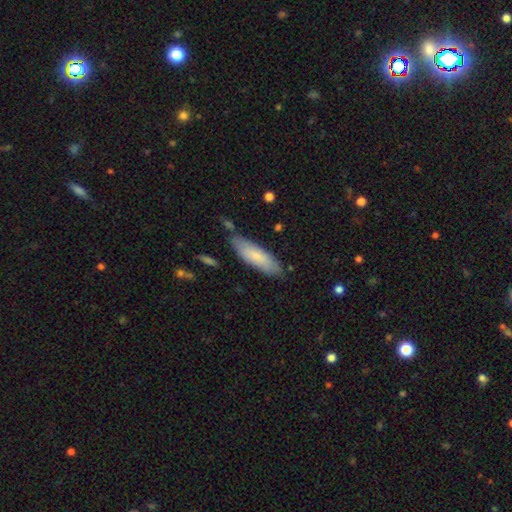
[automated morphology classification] Smooth or featured? Predicted: smooth (p=0.77). How rounded? Predicted: cigar-shaped (p=0.52). Merging? Predicted: none (p=0.74).